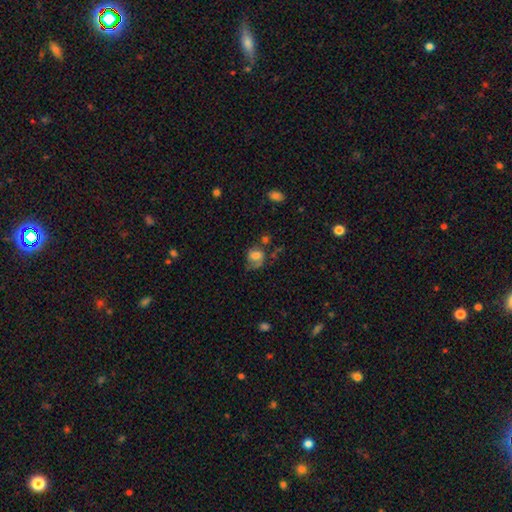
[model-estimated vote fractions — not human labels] A smooth galaxy with no disk features (60%) that is round (50%).

Vote fractions:
- Smooth or featured? smooth: 60% / featured or disk: 29% / star or artifact: 10%
- How rounded? round: 50% / in between: 49% / cigar-shaped: 1%
- Merging? none: 37% / major disturbance: 28% / minor disturbance: 27% / merger: 8%